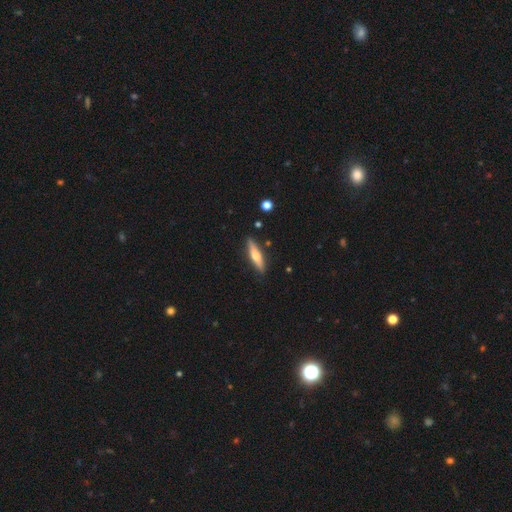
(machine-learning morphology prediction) Smooth or featured?
  - featured or disk: 49% *
  - smooth: 46%
  - star or artifact: 6%
Merging?
  - none: 88% *
  - minor disturbance: 9%
  - merger: 2%
  - major disturbance: 2%